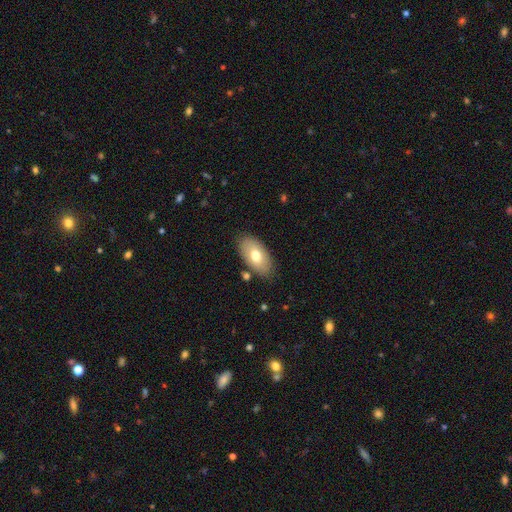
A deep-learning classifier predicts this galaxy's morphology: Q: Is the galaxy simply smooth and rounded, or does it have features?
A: smooth — 69%.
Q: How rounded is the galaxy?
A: in between — 94%.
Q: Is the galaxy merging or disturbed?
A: none — 81%.